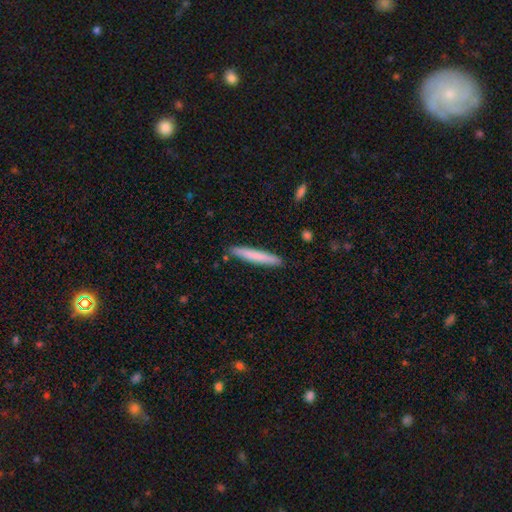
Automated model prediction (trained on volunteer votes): Morphology: type=smooth (76%); roundness=cigar-shaped (96%); merging=none (90%).